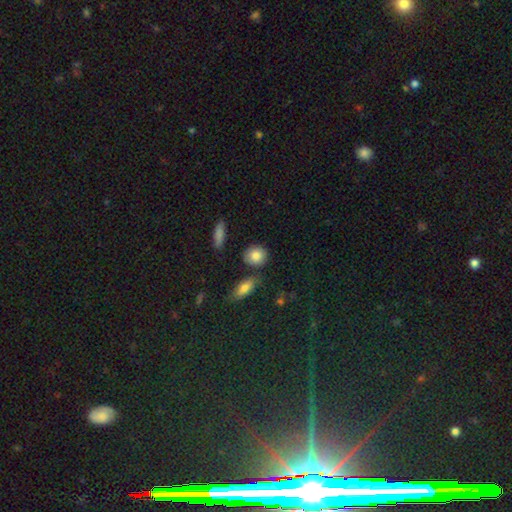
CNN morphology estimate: The model was most divided on "how rounded": round: 73%, in between: 25%, cigar-shaped: 3%. More confident: smooth or featured — smooth (85%); merging — none (76%).